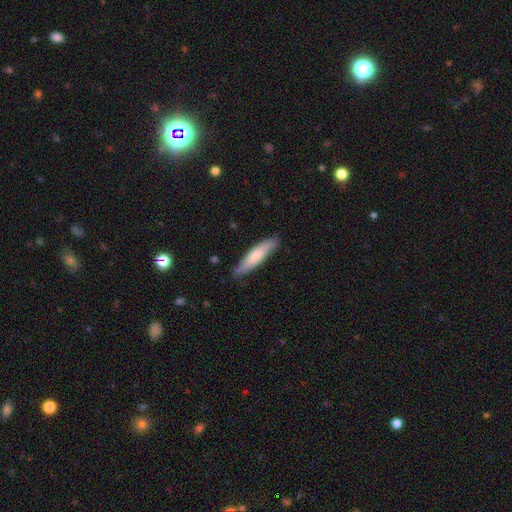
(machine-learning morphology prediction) This appears to be a smooth galaxy with no disk features (71%) that is cigar-shaped (78%). Merging: none (82%).